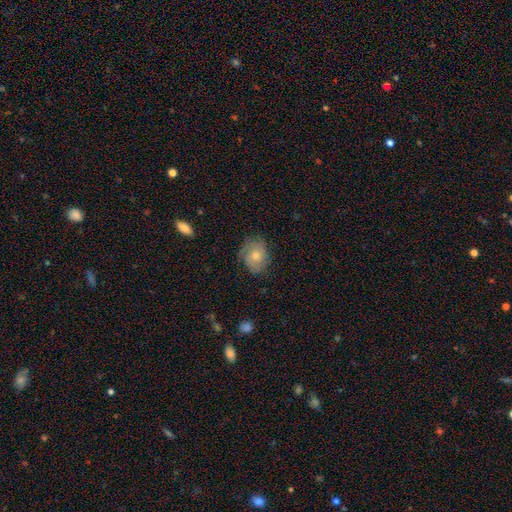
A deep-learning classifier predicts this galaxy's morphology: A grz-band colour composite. It shows a smooth galaxy with no disk features (69%) that is round (58%). Merging: none (69%).